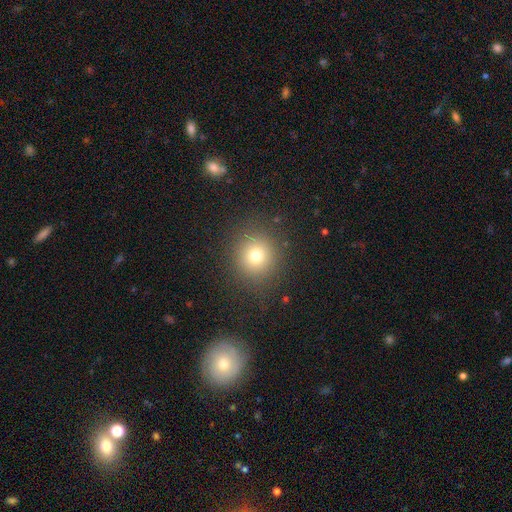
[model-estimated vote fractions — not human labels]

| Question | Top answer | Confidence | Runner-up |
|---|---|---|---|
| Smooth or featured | smooth | 74% | star or artifact (16%) |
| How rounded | round | 91% | in between (8%) |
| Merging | none | 87% | minor disturbance (7%) |